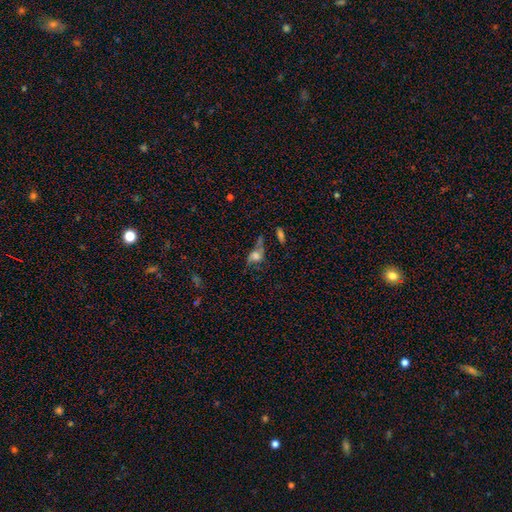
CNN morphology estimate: smooth_or_featured: smooth (p=0.48) [alt: featured or disk p=0.38]
merging: none (p=0.32) [alt: major disturbance p=0.30]